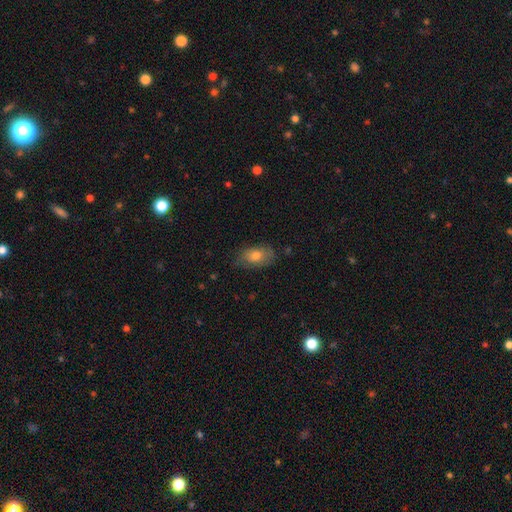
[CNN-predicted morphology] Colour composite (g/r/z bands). It shows a smooth galaxy with no disk features (75%) that is in between round and cigar-shaped (87%). Merging: none (69%).